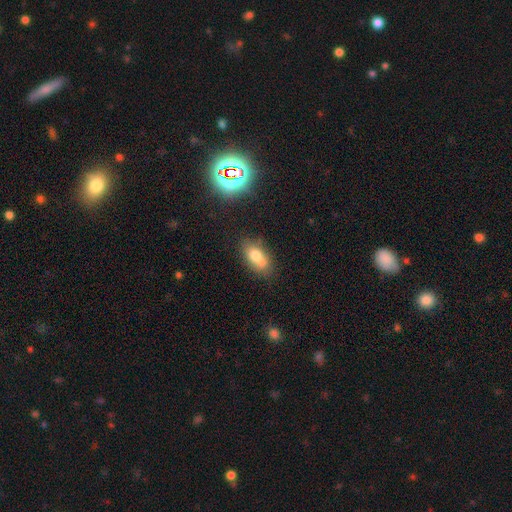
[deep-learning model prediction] Morphology: type=smooth (73%); roundness=in between (86%); merging=none (56%).